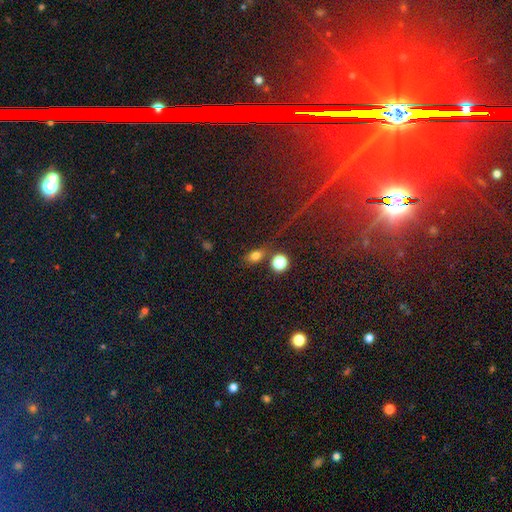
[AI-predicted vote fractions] The model was most divided on "how rounded": in between: 70%, round: 27%, cigar-shaped: 3%. More confident: smooth or featured — smooth (76%); merging — none (70%).